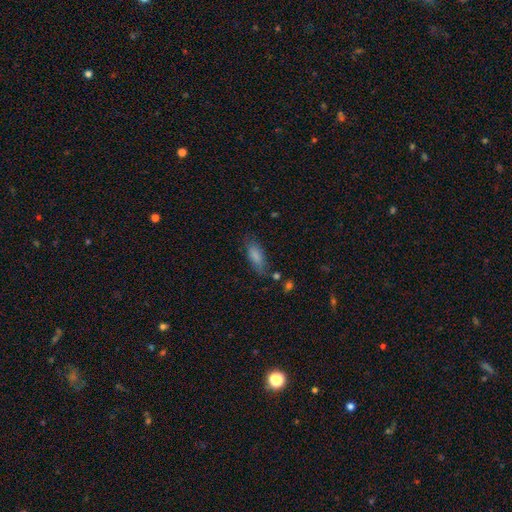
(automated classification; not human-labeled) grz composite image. It shows a smooth galaxy with no disk features (81%) that is in between round and cigar-shaped (73%). Merging: none (69%).